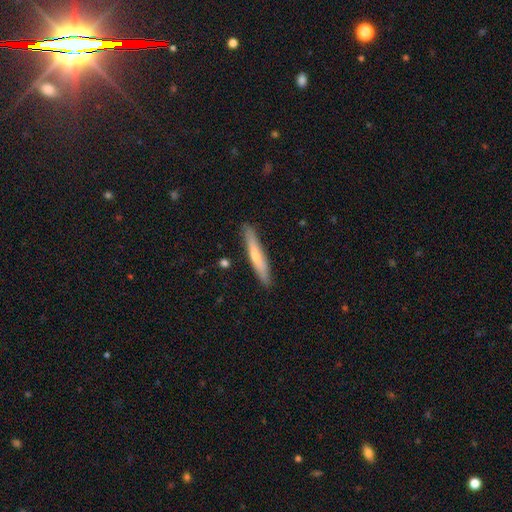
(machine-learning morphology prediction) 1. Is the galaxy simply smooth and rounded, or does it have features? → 59% smooth, 35% featured or disk, 6% star or artifact.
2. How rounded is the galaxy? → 94% cigar-shaped, 5% in between, 1% round.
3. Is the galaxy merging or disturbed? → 88% none, 9% minor disturbance, 2% major disturbance, 1% merger.